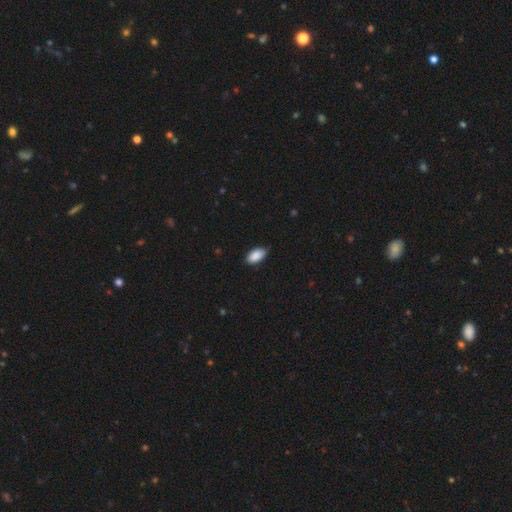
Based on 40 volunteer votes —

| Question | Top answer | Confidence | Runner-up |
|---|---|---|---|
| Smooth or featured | smooth | 90% | star or artifact (8%) |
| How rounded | in between | 89% | round (6%) |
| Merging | none | 78% | minor disturbance (19%) |